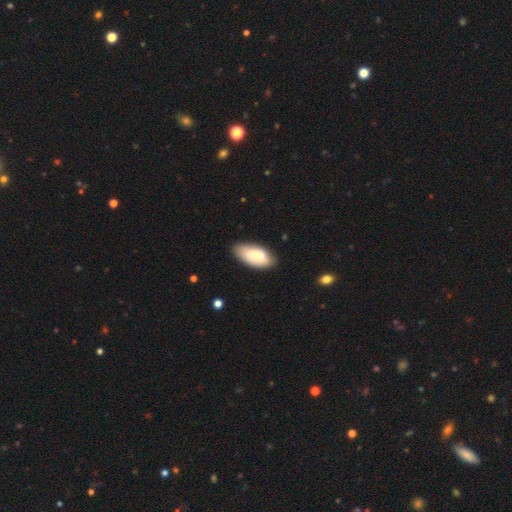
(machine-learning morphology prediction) Smooth or featured?
  - smooth: 69% *
  - featured or disk: 24%
  - star or artifact: 6%
How rounded?
  - in between: 93% *
  - cigar-shaped: 4%
  - round: 2%
Merging?
  - none: 76% *
  - minor disturbance: 18%
  - major disturbance: 4%
  - merger: 2%